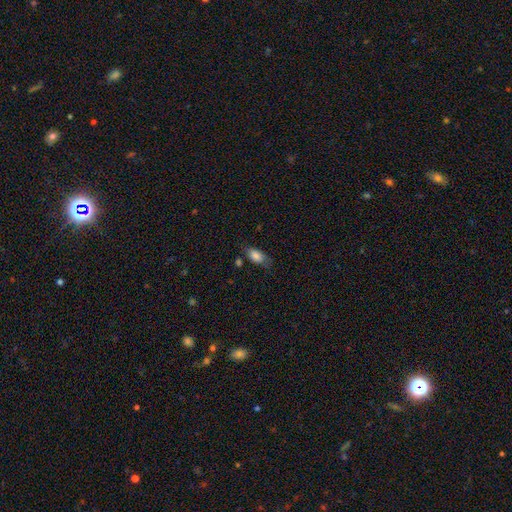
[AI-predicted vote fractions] Smooth or featured?
  - smooth: 83% *
  - featured or disk: 9%
  - star or artifact: 8%
How rounded?
  - in between: 89% *
  - cigar-shaped: 7%
  - round: 4%
Merging?
  - none: 66% *
  - minor disturbance: 23%
  - major disturbance: 6%
  - merger: 4%